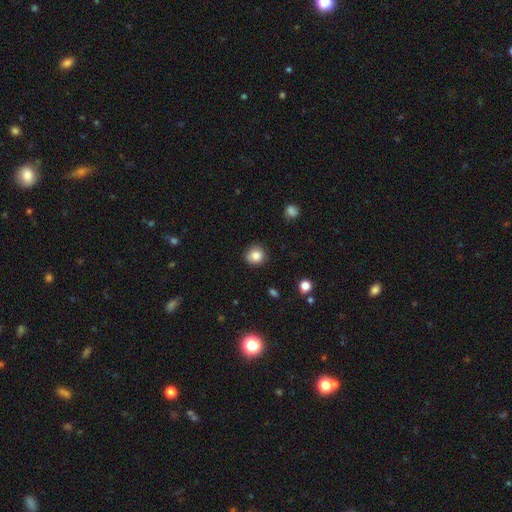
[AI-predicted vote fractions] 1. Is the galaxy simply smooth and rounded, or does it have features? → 85% smooth, 10% star or artifact, 5% featured or disk.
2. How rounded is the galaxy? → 89% round, 10% in between, 1% cigar-shaped.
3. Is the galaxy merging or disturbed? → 85% none, 11% minor disturbance, 3% major disturbance, 1% merger.